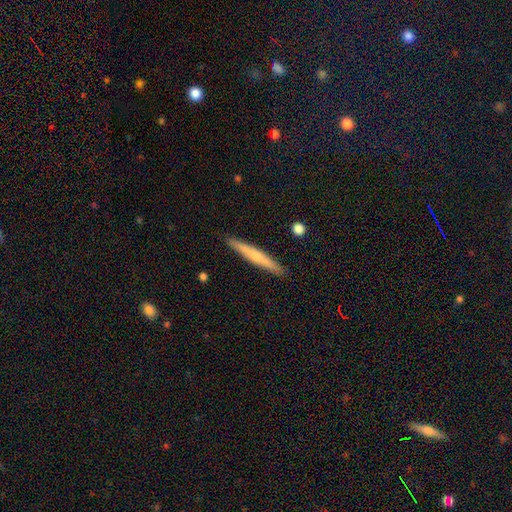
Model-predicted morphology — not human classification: type=smooth (48%); merging=none (91%).